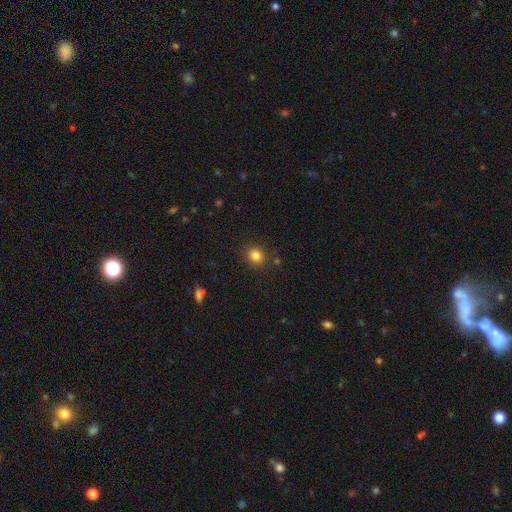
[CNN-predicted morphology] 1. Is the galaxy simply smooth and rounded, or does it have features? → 82% smooth, 13% star or artifact, 5% featured or disk.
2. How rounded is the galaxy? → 85% round, 14% in between, 1% cigar-shaped.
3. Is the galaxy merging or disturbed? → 88% none, 8% minor disturbance, 2% major disturbance, 2% merger.